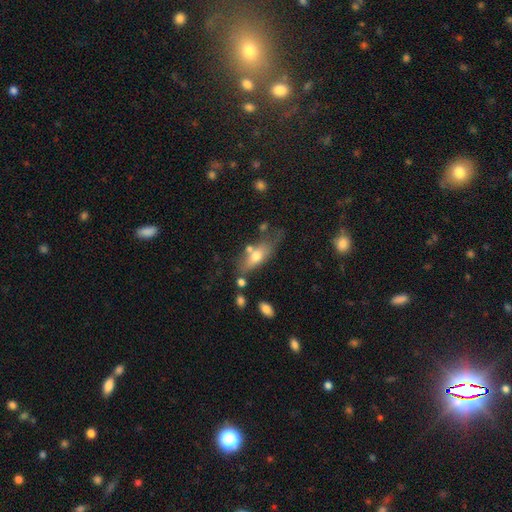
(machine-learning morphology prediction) A smooth galaxy with no disk features (63%) that is in between round and cigar-shaped (71%). Merging: none (48%).